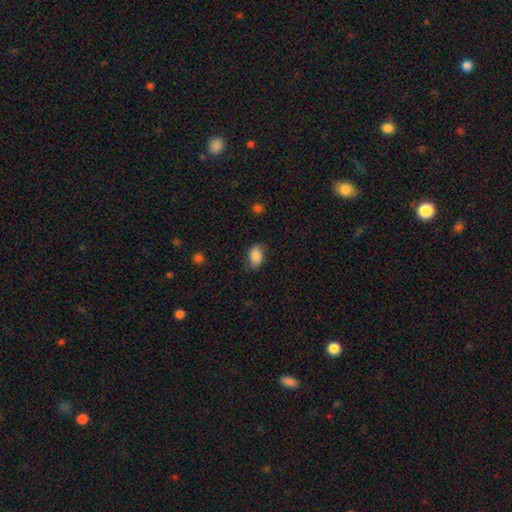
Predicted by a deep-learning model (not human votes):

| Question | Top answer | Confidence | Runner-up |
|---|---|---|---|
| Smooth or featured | smooth | 84% | featured or disk (8%) |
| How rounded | in between | 85% | round (13%) |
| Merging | none | 75% | minor disturbance (19%) |